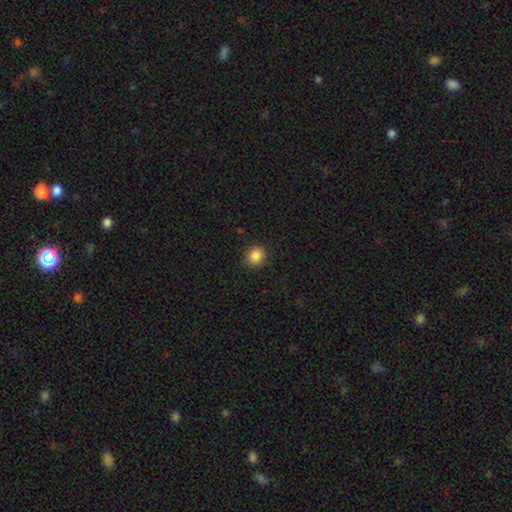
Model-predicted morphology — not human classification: The model was most divided on "how rounded": round: 86%, in between: 13%, cigar-shaped: 1%. More confident: merging — none (89%); smooth or featured — smooth (87%).